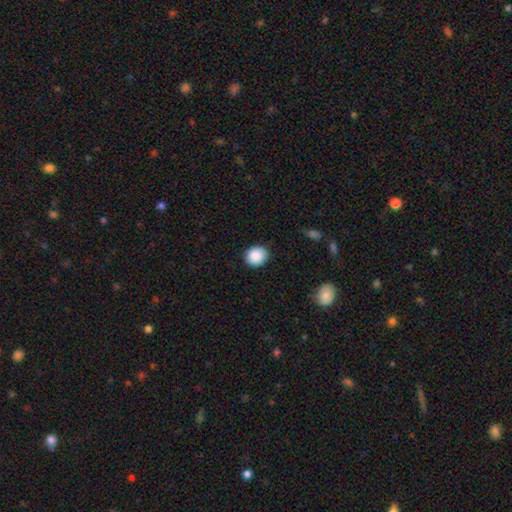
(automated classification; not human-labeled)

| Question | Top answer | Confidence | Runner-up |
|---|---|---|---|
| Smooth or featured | smooth | 88% | star or artifact (8%) |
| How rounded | round | 80% | in between (19%) |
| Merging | none | 88% | minor disturbance (9%) |